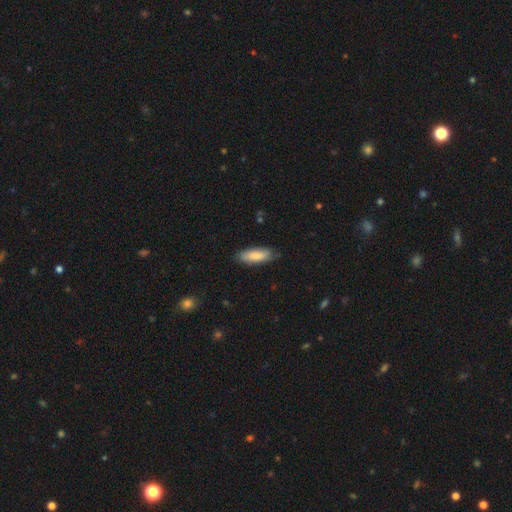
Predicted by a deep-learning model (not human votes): Smooth or featured? smooth (83%)
How rounded? in between (61%)
Merging? none (78%)